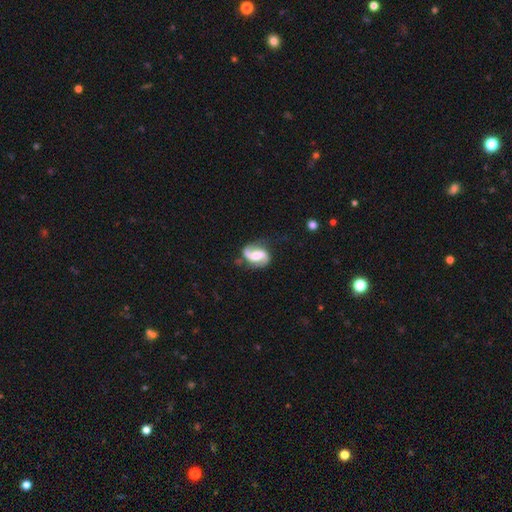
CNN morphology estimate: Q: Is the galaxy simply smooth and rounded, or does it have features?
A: featured or disk — 85%.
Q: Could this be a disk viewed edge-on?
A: no — 97%.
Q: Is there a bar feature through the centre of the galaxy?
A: weak — 40%.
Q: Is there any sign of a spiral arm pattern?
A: yes — 95%.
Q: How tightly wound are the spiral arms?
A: loose — 48%.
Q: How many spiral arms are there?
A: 2 — 92%.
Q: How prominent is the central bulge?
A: moderate — 49%.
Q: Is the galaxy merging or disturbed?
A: none — 71%.